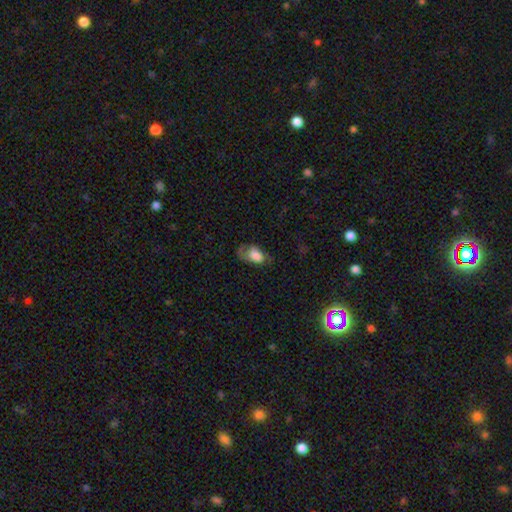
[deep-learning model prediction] This appears to be a smooth galaxy with no disk features (68%) that is in between round and cigar-shaped (90%). Merging: none (41%).